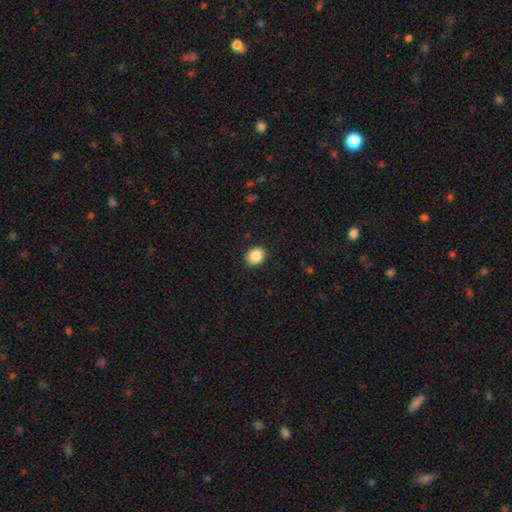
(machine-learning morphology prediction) Q: Smooth or featured?
A: smooth (87%); runner-up: star or artifact (9%)
Q: How rounded?
A: round (59%); runner-up: in between (40%)
Q: Merging?
A: none (90%); runner-up: minor disturbance (7%)